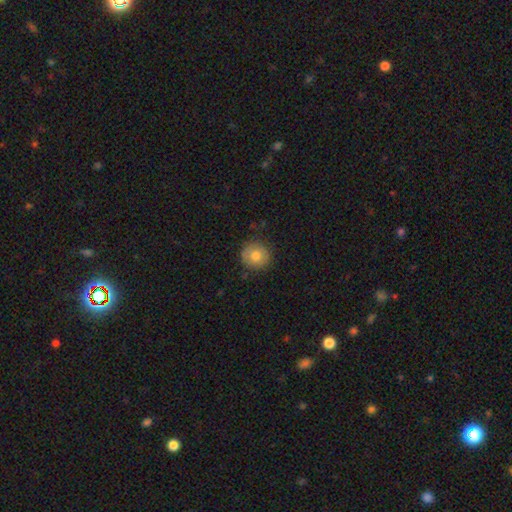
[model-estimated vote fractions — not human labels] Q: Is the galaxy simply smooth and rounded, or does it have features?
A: smooth — 77%.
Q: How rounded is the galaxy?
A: round — 91%.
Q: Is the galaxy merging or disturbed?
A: none — 85%.